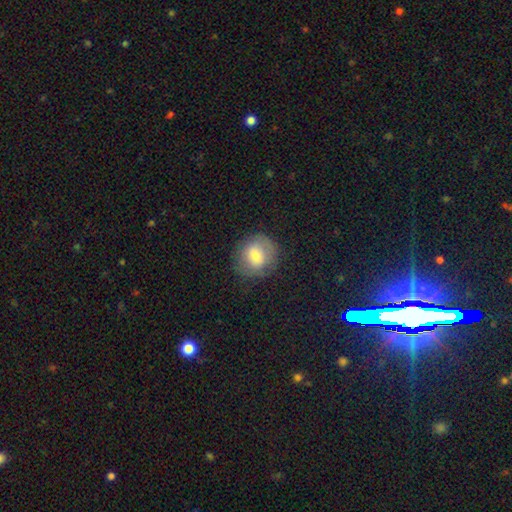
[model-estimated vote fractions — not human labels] Smooth or featured? Predicted: smooth (p=0.68). How rounded? Predicted: round (p=0.81). Merging? Predicted: none (p=0.76).